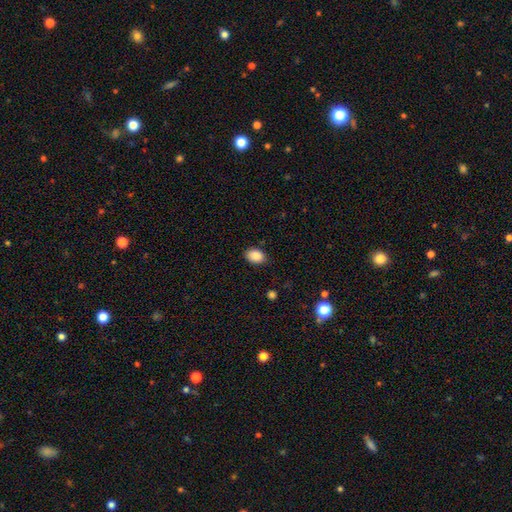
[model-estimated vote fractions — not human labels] The model was most divided on "how rounded": in between: 80%, round: 19%, cigar-shaped: 1%. More confident: smooth or featured — smooth (88%); merging — none (81%).